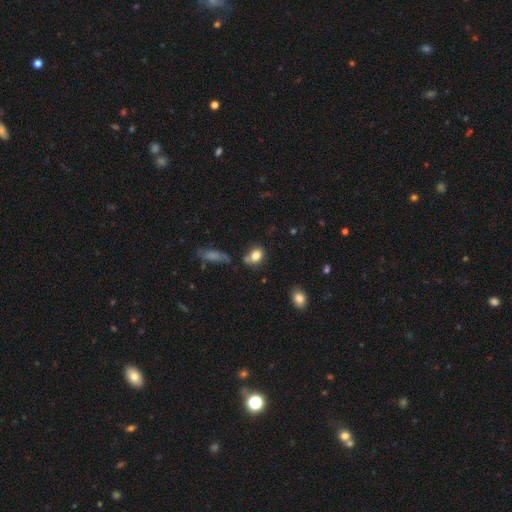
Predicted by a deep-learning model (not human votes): A smooth galaxy with no disk features (81%) that is in between round and cigar-shaped (70%). Merging: none (54%).